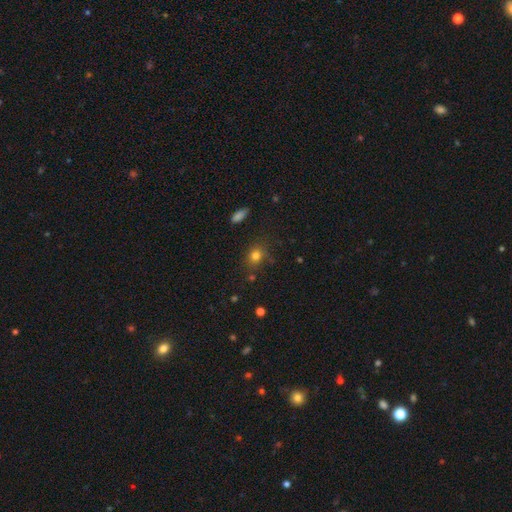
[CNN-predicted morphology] Smooth or featured? Predicted: smooth (p=0.78). How rounded? Predicted: round (p=0.64). Merging? Predicted: none (p=0.77).